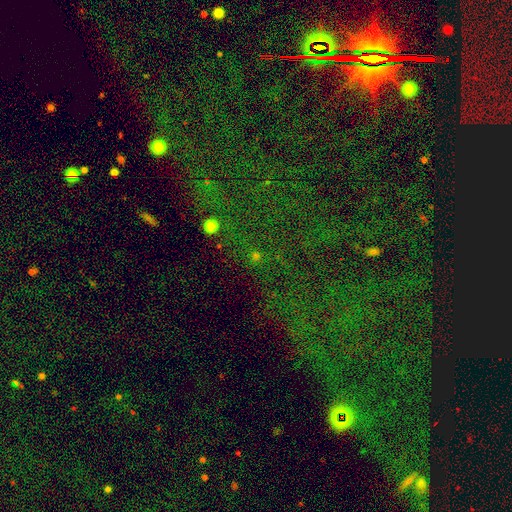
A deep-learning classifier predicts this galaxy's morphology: star or artifact 68%, smooth 23%, featured or disk 9%.